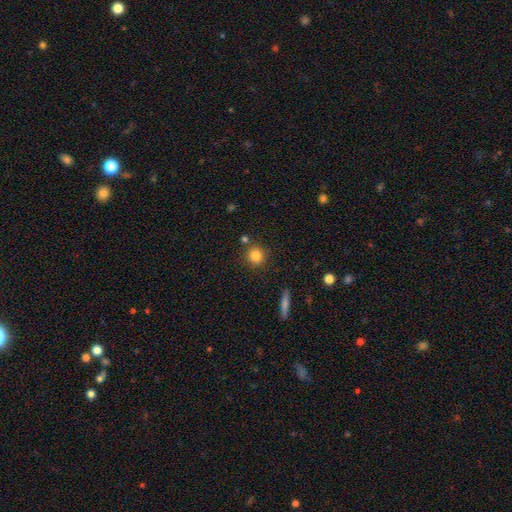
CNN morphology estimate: Q: Smooth or featured?
A: smooth (83%); runner-up: star or artifact (10%)
Q: How rounded?
A: round (89%); runner-up: in between (10%)
Q: Merging?
A: none (80%); runner-up: minor disturbance (9%)